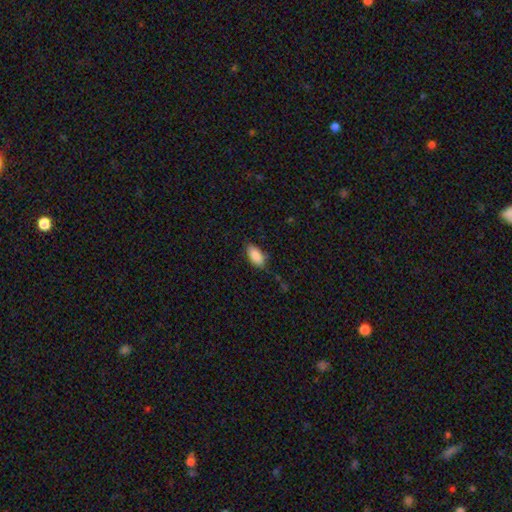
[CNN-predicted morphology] smooth 88%, star or artifact 7%, featured or disk 5%. Down the decision tree: how rounded — in between (91%); merging — none (77%).